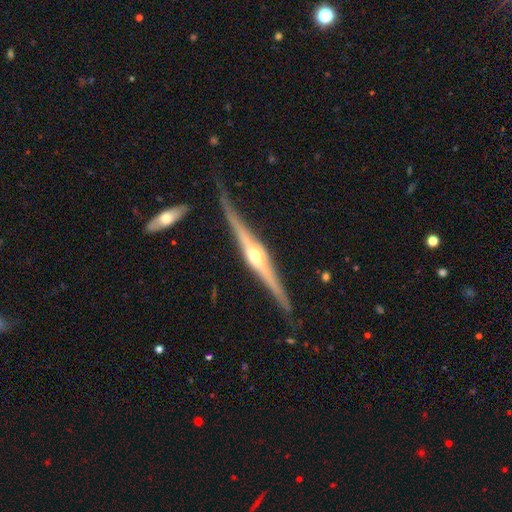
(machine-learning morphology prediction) smooth_or_featured: featured or disk (p=0.86) [alt: smooth p=0.09]
disk_edge_on: yes (p=0.98) [alt: no p=0.02]
edge_on_bulge: rounded (p=0.89) [alt: boxy p=0.08]
merging: none (p=0.85) [alt: minor disturbance p=0.11]